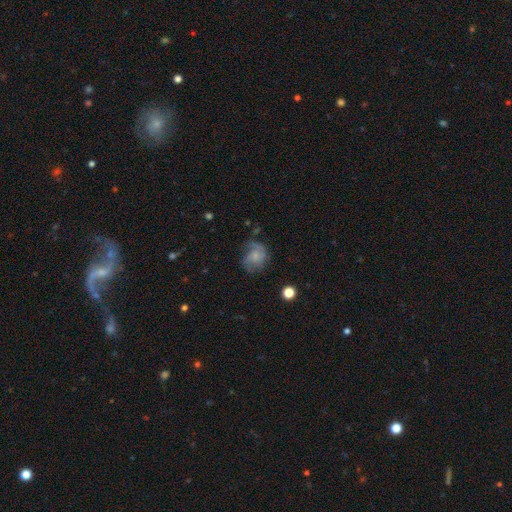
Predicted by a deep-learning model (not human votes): The model was most divided on "smooth or featured": featured or disk: 54%, smooth: 37%, star or artifact: 9%. Remaining: edge-on disk — no (98%); spiral arms — yes (84%); bar — no (74%); bulge size — small (53%); merging — none (49%).